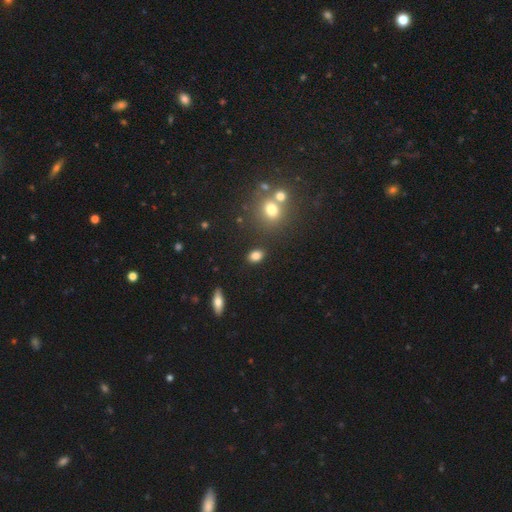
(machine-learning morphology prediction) Smooth or featured: smooth — 82% (star or artifact — 11%)
How rounded: in between — 77% (round — 20%)
Merging: none — 84% (minor disturbance — 9%)